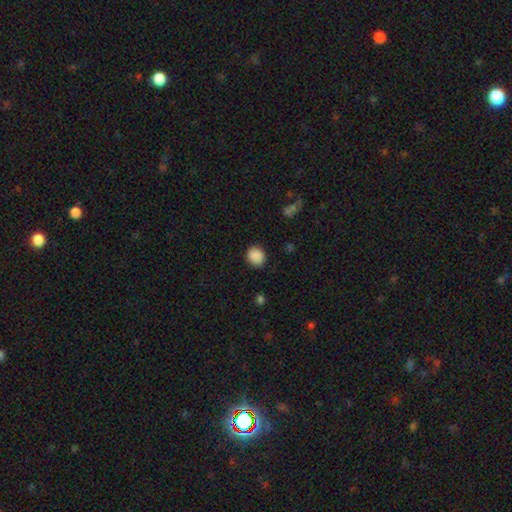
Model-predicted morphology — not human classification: This is clearly a smooth galaxy (88%). How rounded: likely round (80%). Merging: clearly none (86%).